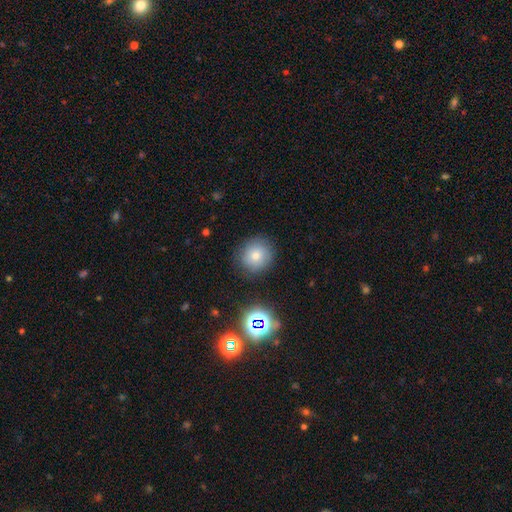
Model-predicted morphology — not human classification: Overall: smooth (74%). How rounded: round (89%). Merging: none (84%).